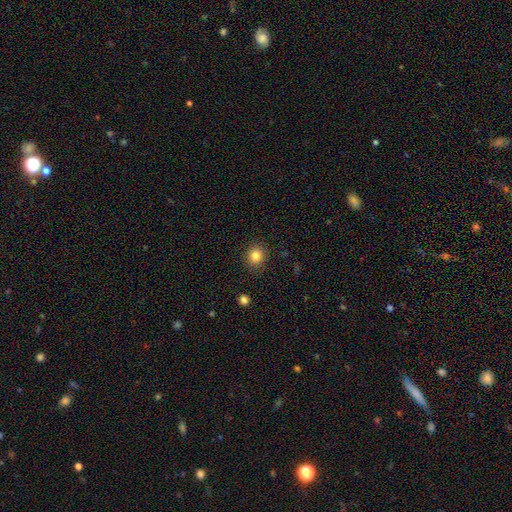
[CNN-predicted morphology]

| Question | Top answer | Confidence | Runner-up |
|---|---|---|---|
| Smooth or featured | smooth | 83% | star or artifact (11%) |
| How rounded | round | 75% | in between (24%) |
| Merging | none | 89% | minor disturbance (8%) |